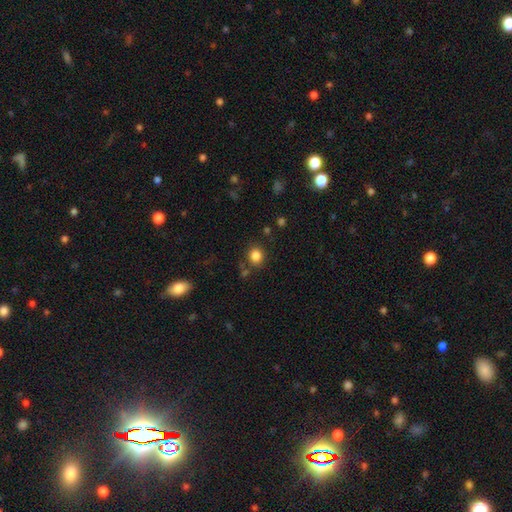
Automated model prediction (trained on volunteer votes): Q: Smooth or featured?
A: smooth (84%); runner-up: star or artifact (11%)
Q: How rounded?
A: round (80%); runner-up: in between (20%)
Q: Merging?
A: none (82%); runner-up: minor disturbance (9%)